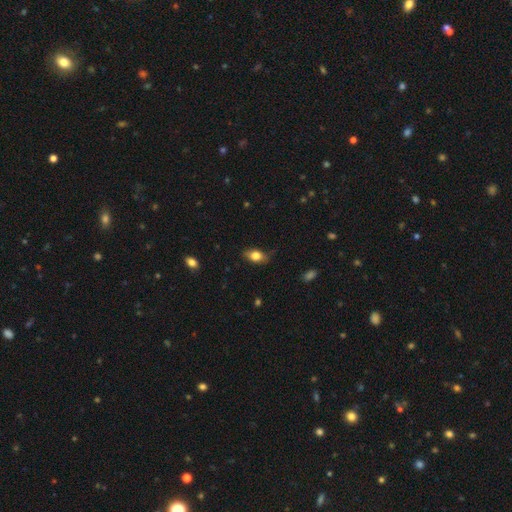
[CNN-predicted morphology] A smooth galaxy with no disk features (77%) that is in between round and cigar-shaped (84%). Merging: none (72%).